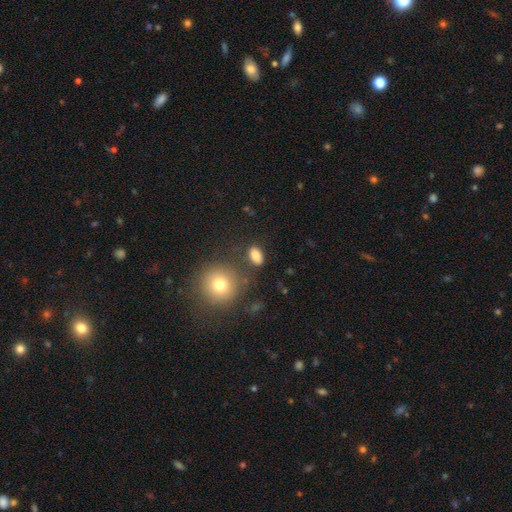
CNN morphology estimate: This appears to be a smooth galaxy with no disk features (84%) that is in between round and cigar-shaped (84%). Merging: none (79%).